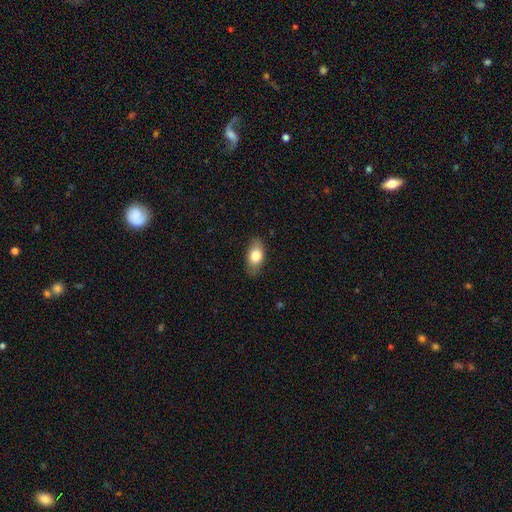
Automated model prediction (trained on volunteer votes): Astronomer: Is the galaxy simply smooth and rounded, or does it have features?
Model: smooth — 78%.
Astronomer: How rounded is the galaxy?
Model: in between — 90%.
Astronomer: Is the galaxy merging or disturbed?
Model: none — 83%.